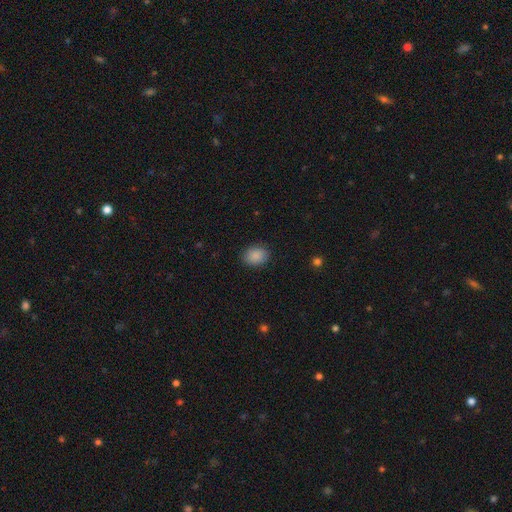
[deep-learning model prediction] This appears to be a smooth galaxy with no disk features (88%) that is in between round and cigar-shaped (60%). Merging: none (87%).